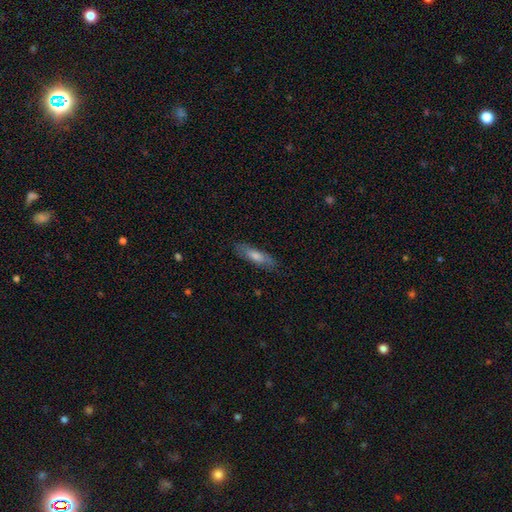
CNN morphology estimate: Overall: smooth (60%; featured or disk 33%). How rounded: cigar-shaped (68%; in between 30%). Merging: none (83%).